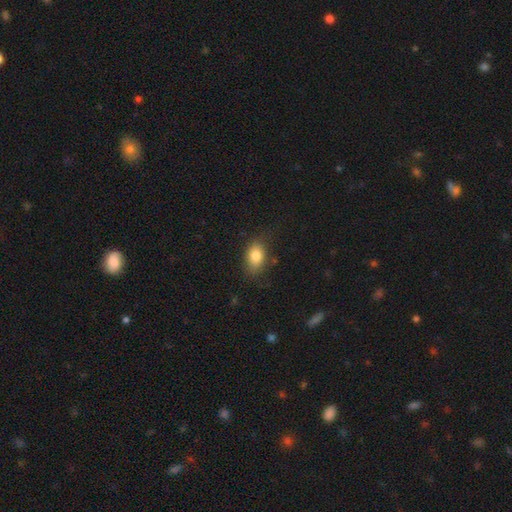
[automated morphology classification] Smooth or featured: smooth — 83% (star or artifact — 8%)
How rounded: in between — 83% (round — 14%)
Merging: none — 75% (minor disturbance — 18%)